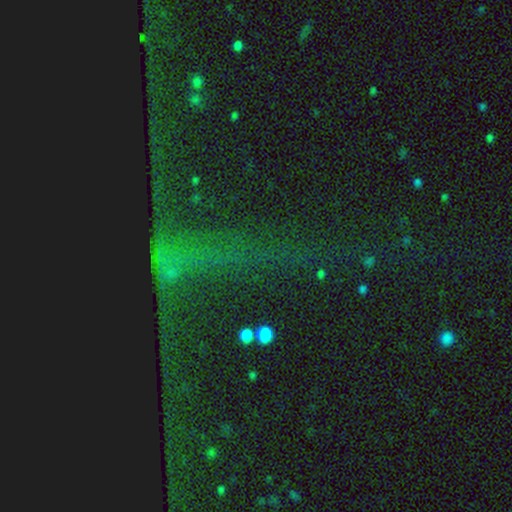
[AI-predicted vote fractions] Smooth or featured? Predicted: star or artifact (p=0.73).